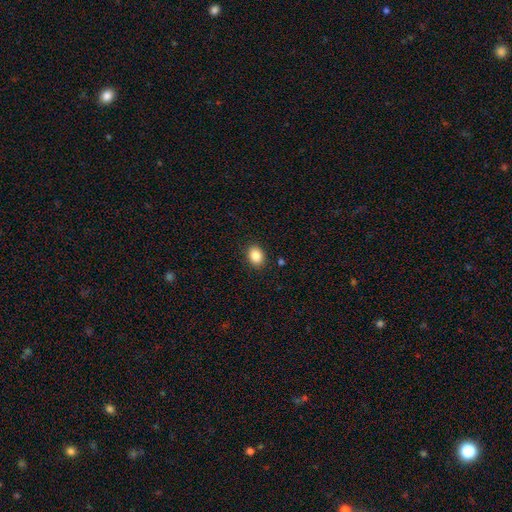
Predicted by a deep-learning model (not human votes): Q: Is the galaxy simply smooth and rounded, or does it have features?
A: smooth — 86%.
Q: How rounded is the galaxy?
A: in between — 61%.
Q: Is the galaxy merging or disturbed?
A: none — 89%.